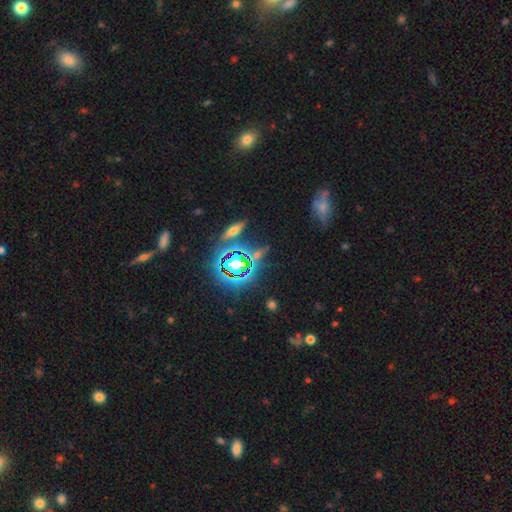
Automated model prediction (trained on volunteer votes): Morphology: type=star or artifact (69%).